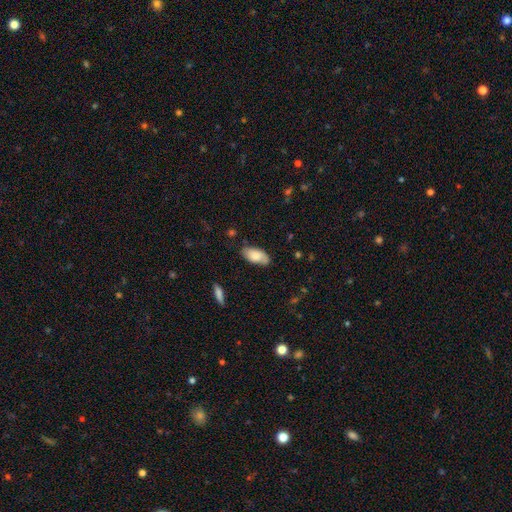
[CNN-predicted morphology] This appears to be a smooth galaxy with no disk features (77%) that is in between round and cigar-shaped (92%). Merging: none (71%).